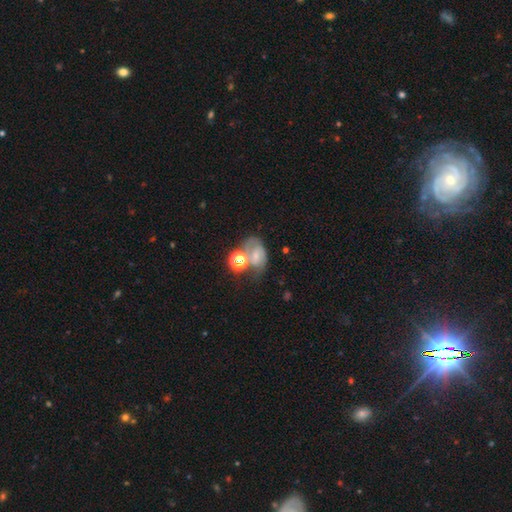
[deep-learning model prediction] This is marginally a smooth galaxy (43%). Merging: marginally none (31%).